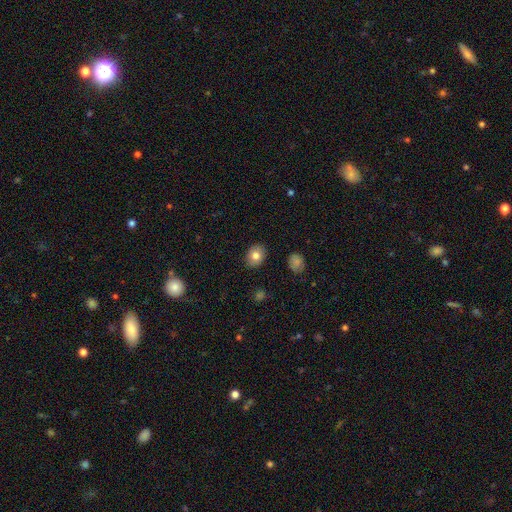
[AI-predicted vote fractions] Q: Smooth or featured?
A: smooth (80%); runner-up: featured or disk (11%)
Q: How rounded?
A: in between (60%); runner-up: round (39%)
Q: Merging?
A: none (89%); runner-up: minor disturbance (8%)